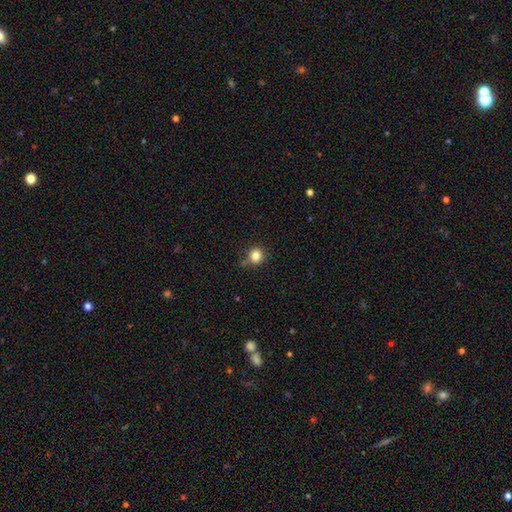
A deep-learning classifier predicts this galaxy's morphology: A smooth galaxy with no disk features (83%) that is round (90%). Merging: none (81%).